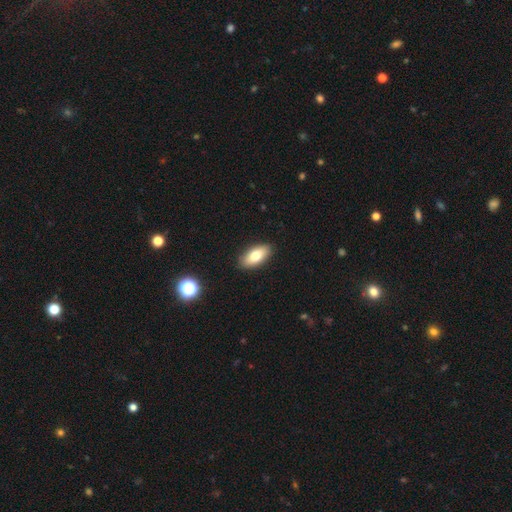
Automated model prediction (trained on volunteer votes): Morphology: type=smooth (77%); roundness=in between (88%); merging=none (89%).